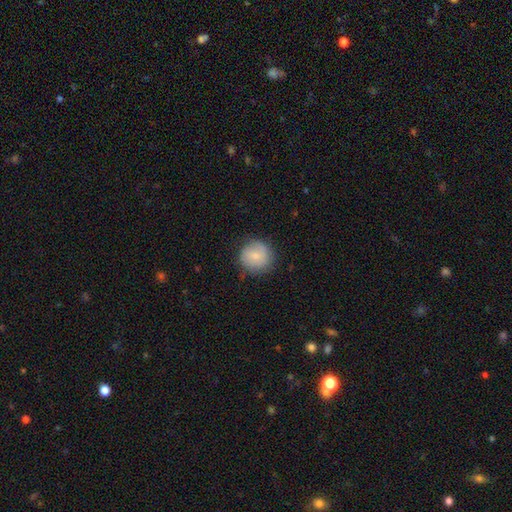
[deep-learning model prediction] Q: Smooth or featured?
A: smooth (73%); runner-up: featured or disk (20%)
Q: How rounded?
A: round (93%); runner-up: in between (6%)
Q: Merging?
A: none (78%); runner-up: minor disturbance (16%)